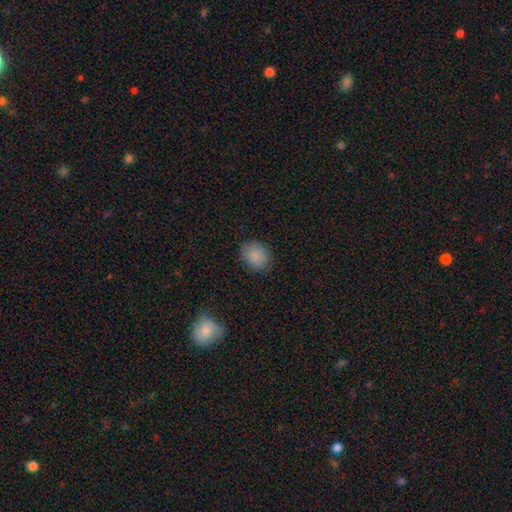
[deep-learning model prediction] Smooth or featured? Predicted: smooth (p=0.87). How rounded? Predicted: round (p=0.57). Merging? Predicted: none (p=0.83).